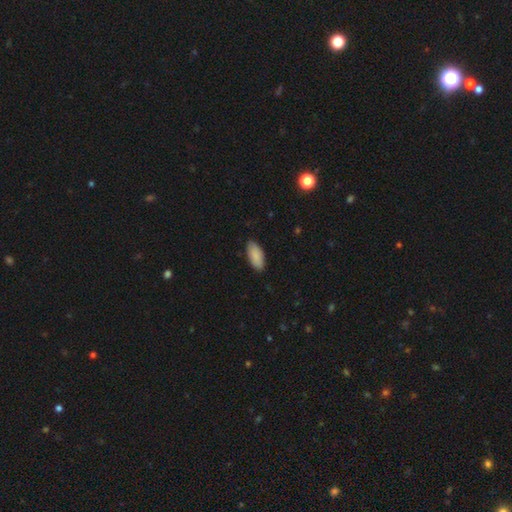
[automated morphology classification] This is clearly a smooth galaxy (88%). How rounded: clearly in between (90%). Merging: clearly none (86%).